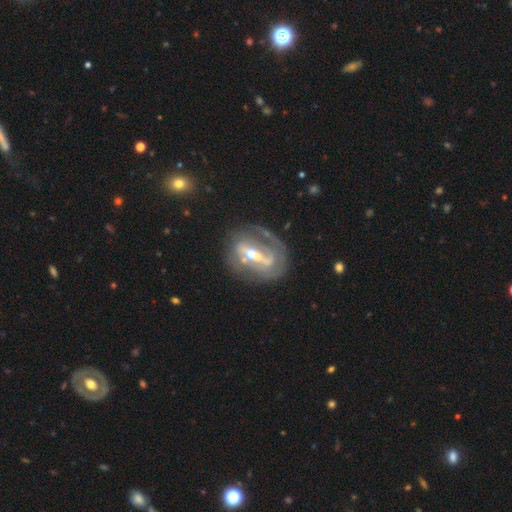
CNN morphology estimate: A featured or disk galaxy (81%) with a strong bar (59%), spiral arms (69%) and a moderate central bulge (50%).

Vote fractions:
- Smooth or featured? featured or disk: 81% / smooth: 12% / star or artifact: 7%
- Edge-on disk? no: 89% / yes: 11%
- Bar? strong: 59% / weak: 25% / no: 16%
- Spiral arms? yes: 69% / no: 31%
- Bulge size? moderate: 50% / small: 43% / large: 4% / none: 2% / dominant: 1%
- Merging? none: 56% / minor disturbance: 19% / major disturbance: 18% / merger: 8%